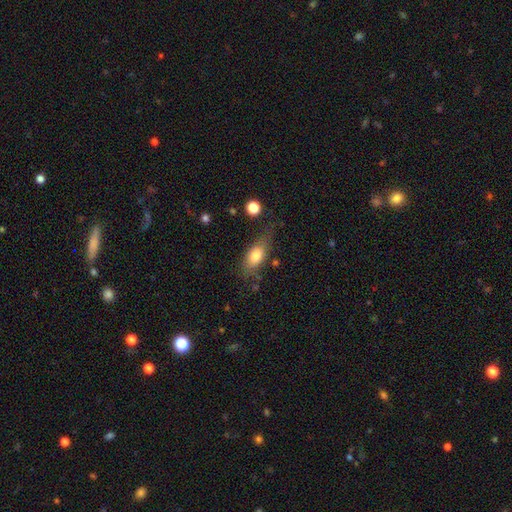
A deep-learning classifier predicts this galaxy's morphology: Smooth or featured?
  - smooth: 75% *
  - featured or disk: 17%
  - star or artifact: 8%
How rounded?
  - in between: 78% *
  - cigar-shaped: 16%
  - round: 5%
Merging?
  - none: 56% *
  - minor disturbance: 27%
  - major disturbance: 13%
  - merger: 4%